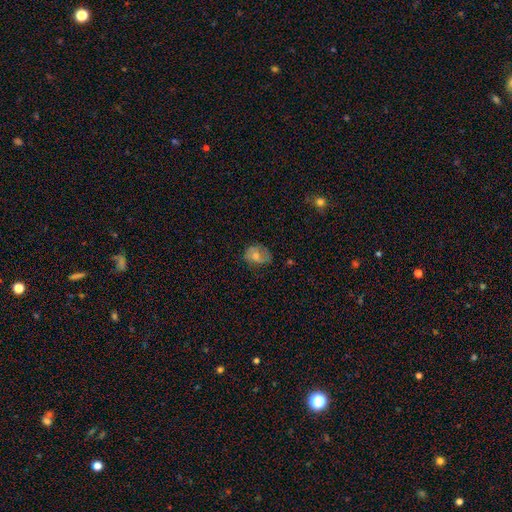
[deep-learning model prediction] smooth 64%, featured or disk 26%, star or artifact 10%. Down the decision tree: how rounded — in between (59%); merging — none (55%).